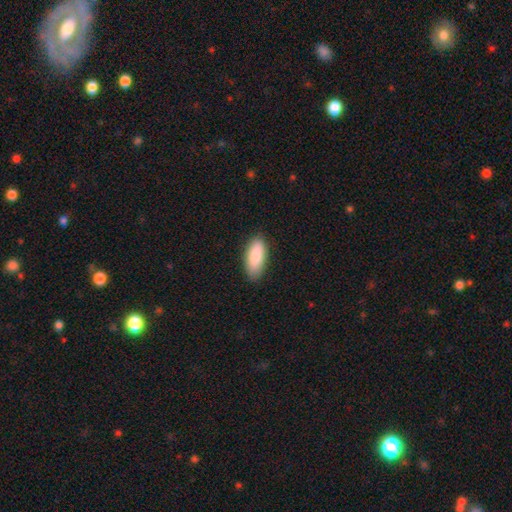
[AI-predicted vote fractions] Smooth or featured: smooth — 86% (featured or disk — 8%)
How rounded: in between — 79% (cigar-shaped — 19%)
Merging: none — 86% (minor disturbance — 11%)